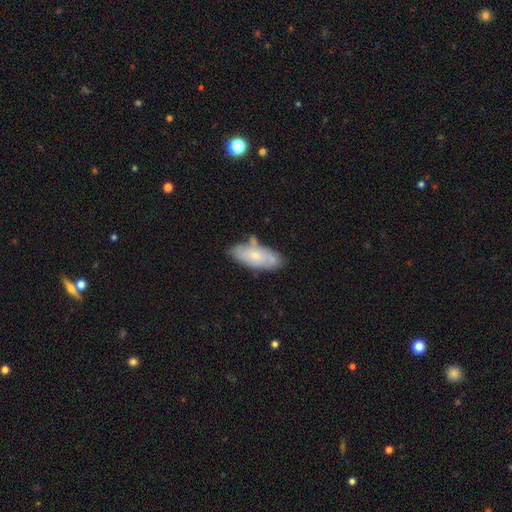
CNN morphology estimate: Smooth or featured: smooth — 56% (featured or disk — 38%)
How rounded: in between — 83% (cigar-shaped — 14%)
Merging: none — 57% (minor disturbance — 24%)